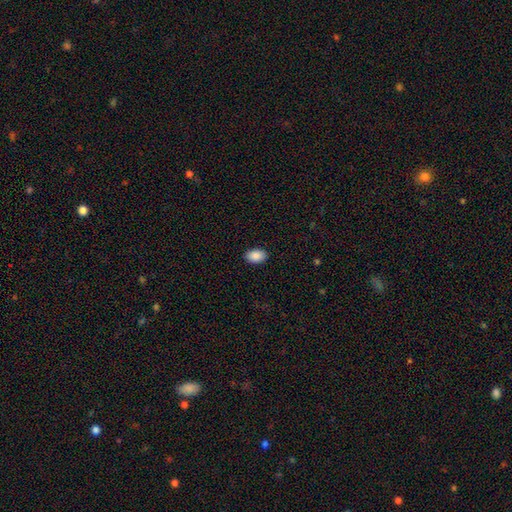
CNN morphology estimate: A smooth galaxy with no disk features (89%) that is in between round and cigar-shaped (90%).

Vote fractions:
- Smooth or featured? smooth: 89% / star or artifact: 7% / featured or disk: 4%
- How rounded? in between: 90% / round: 9% / cigar-shaped: 1%
- Merging? none: 90% / minor disturbance: 8% / major disturbance: 2% / merger: 1%